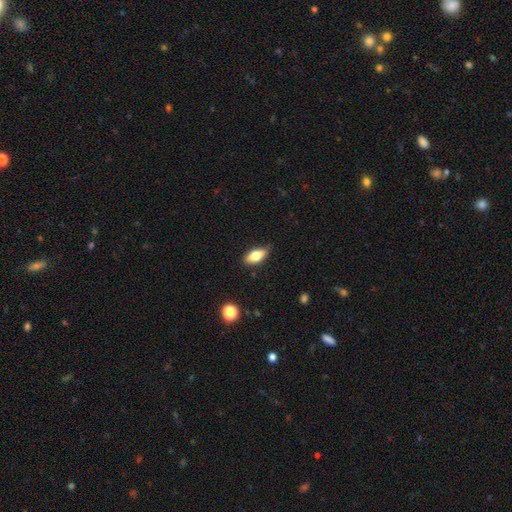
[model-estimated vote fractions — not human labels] Smooth or featured? Predicted: smooth (p=0.66). How rounded? Predicted: in between (p=0.80). Merging? Predicted: none (p=0.77).